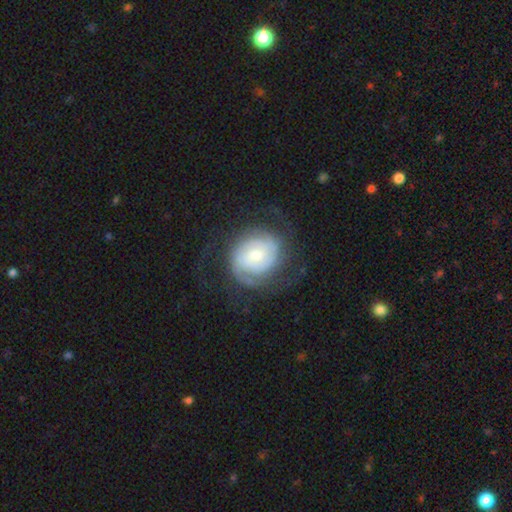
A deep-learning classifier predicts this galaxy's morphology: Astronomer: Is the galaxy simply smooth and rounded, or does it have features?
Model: featured or disk — 80%.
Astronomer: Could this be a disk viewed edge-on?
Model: no — 98%.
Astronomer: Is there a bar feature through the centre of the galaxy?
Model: no — 60%.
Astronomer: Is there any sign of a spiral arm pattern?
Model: yes — 94%.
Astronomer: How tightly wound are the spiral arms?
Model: tight — 62%.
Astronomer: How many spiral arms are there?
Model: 2 — 43% (runner-up: can't tell, 28%).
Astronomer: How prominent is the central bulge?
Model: moderate — 46% (runner-up: small, 45%).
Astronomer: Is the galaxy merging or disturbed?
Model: none — 67%.